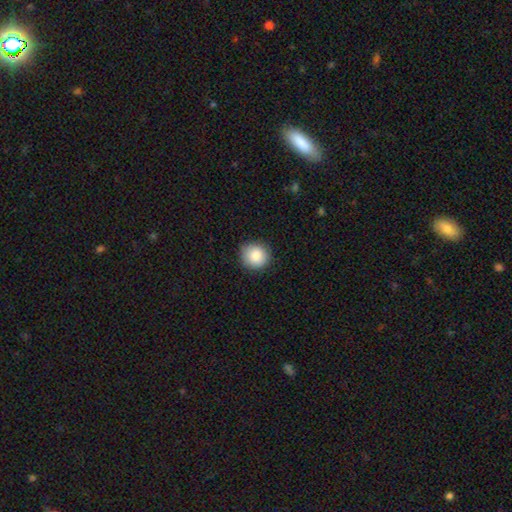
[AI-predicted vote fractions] Smooth or featured? smooth (87%)
How rounded? round (92%)
Merging? none (88%)